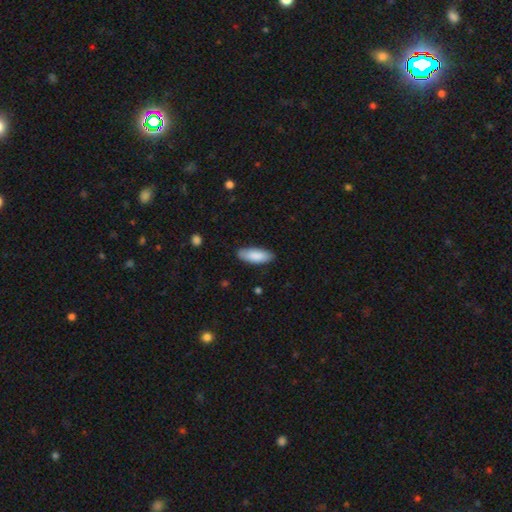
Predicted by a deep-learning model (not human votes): Q: Smooth or featured?
A: smooth (86%); runner-up: featured or disk (9%)
Q: How rounded?
A: in between (77%); runner-up: cigar-shaped (21%)
Q: Merging?
A: none (83%); runner-up: minor disturbance (13%)